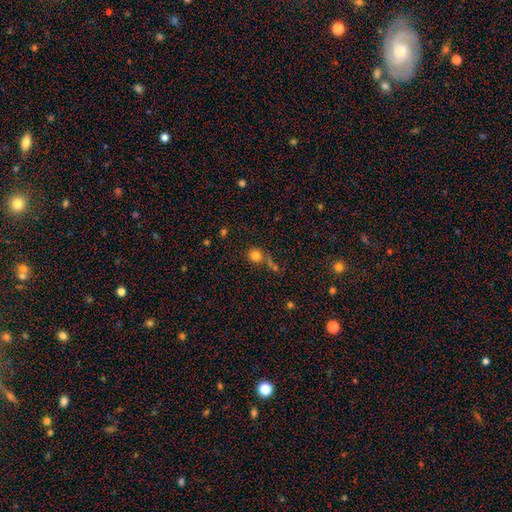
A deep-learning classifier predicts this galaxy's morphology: This appears to be a smooth galaxy with no disk features (80%) that is round (88%). Merging: none (66%).